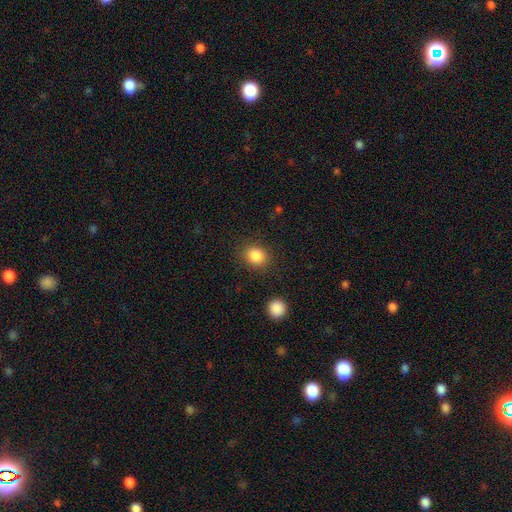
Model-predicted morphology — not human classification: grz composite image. It shows a smooth galaxy with no disk features (85%) that is round (72%). Merging: none (85%).